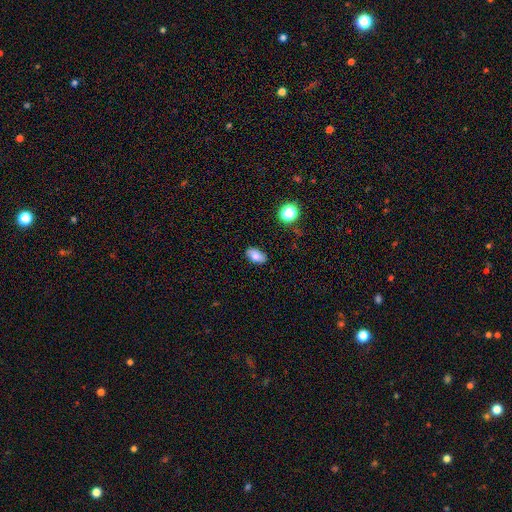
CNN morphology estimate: Smooth or featured? smooth (80%)
How rounded? in between (91%)
Merging? none (85%)